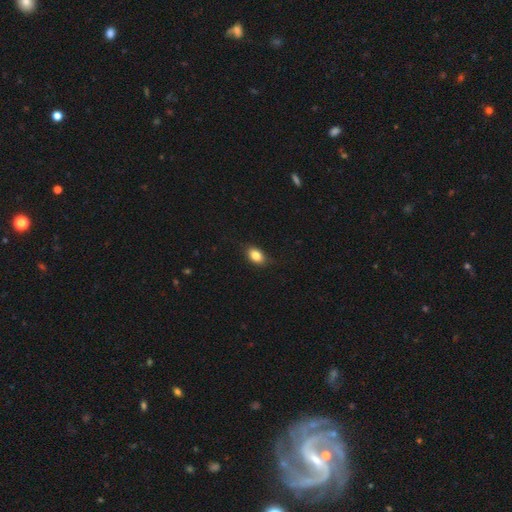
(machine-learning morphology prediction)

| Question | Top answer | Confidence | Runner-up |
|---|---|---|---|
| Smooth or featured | smooth | 84% | star or artifact (9%) |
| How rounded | in between | 81% | round (17%) |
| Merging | none | 82% | minor disturbance (15%) |